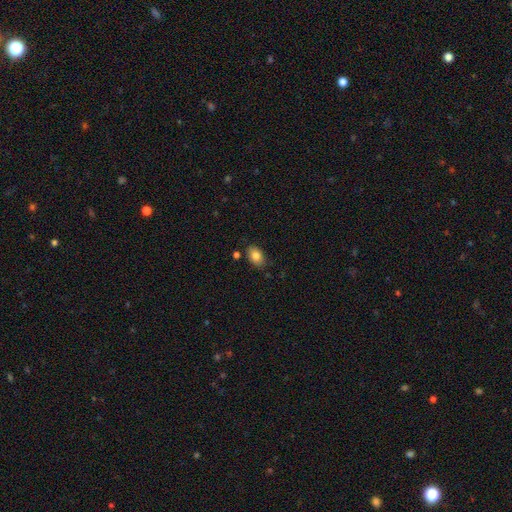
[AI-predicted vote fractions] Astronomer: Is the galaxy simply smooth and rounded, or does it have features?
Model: smooth — 82%.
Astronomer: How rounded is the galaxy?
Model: in between — 84%.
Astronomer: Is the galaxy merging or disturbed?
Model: none — 81%.